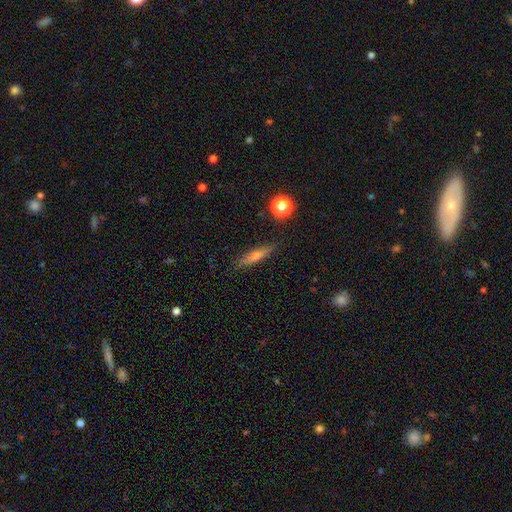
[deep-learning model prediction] A smooth galaxy with no disk features (54%) that is cigar-shaped (81%).

Vote fractions:
- Smooth or featured? smooth: 54% / featured or disk: 37% / star or artifact: 9%
- How rounded? cigar-shaped: 81% / in between: 15% / round: 3%
- Merging? none: 87% / minor disturbance: 9% / major disturbance: 2% / merger: 1%